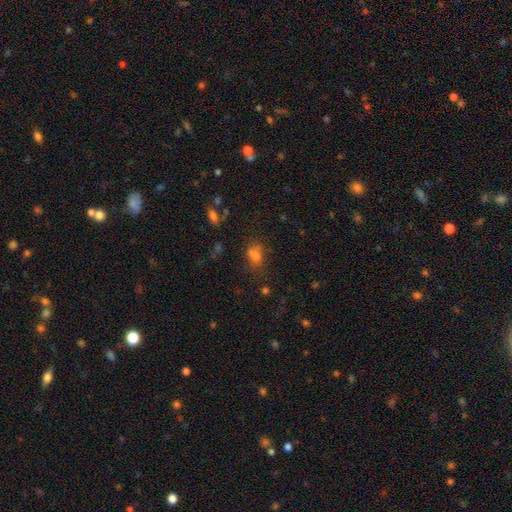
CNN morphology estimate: Smooth or featured?
  - smooth: 68% *
  - star or artifact: 21%
  - featured or disk: 11%
How rounded?
  - in between: 55% *
  - round: 43%
  - cigar-shaped: 2%
Merging?
  - none: 54% *
  - merger: 21%
  - minor disturbance: 17%
  - major disturbance: 8%